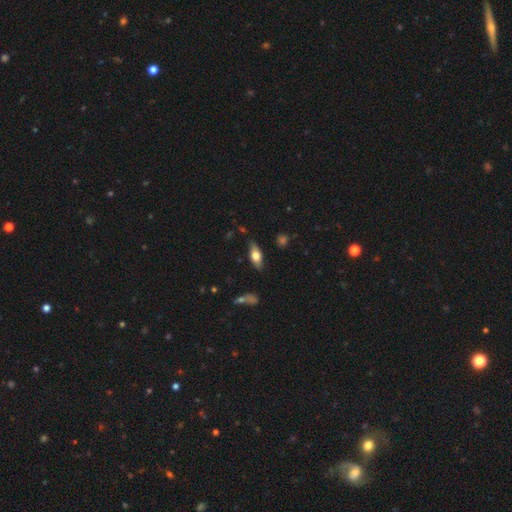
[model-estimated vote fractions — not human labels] Q: Smooth or featured?
A: smooth (60%); runner-up: featured or disk (33%)
Q: How rounded?
A: in between (75%); runner-up: cigar-shaped (21%)
Q: Merging?
A: none (80%); runner-up: minor disturbance (15%)